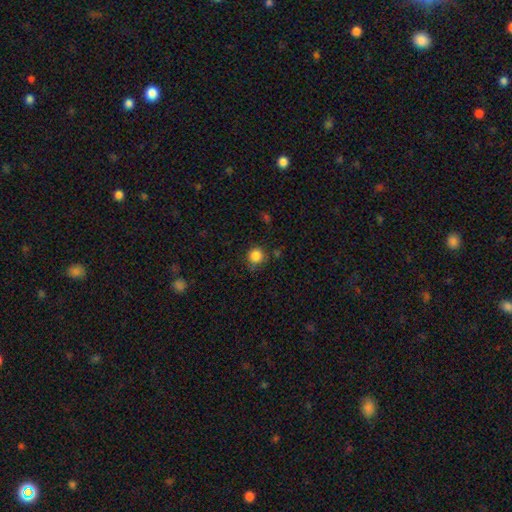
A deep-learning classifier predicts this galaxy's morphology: Smooth or featured: smooth — 85% (star or artifact — 11%)
How rounded: round — 91% (in between — 8%)
Merging: none — 78% (minor disturbance — 15%)